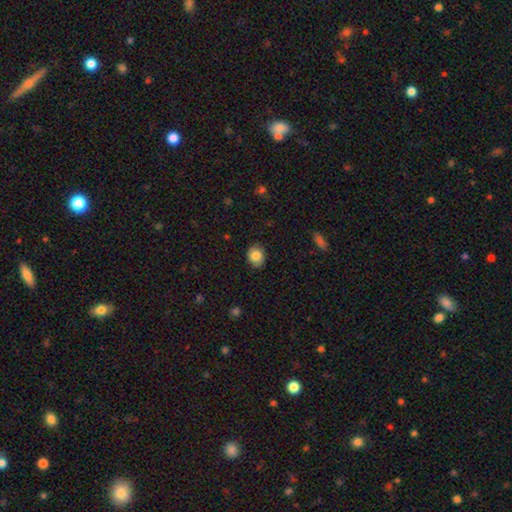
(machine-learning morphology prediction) Smooth or featured?
  - smooth: 80% *
  - featured or disk: 12%
  - star or artifact: 8%
How rounded?
  - round: 54% *
  - in between: 45%
  - cigar-shaped: 1%
Merging?
  - none: 82% *
  - minor disturbance: 14%
  - major disturbance: 3%
  - merger: 1%